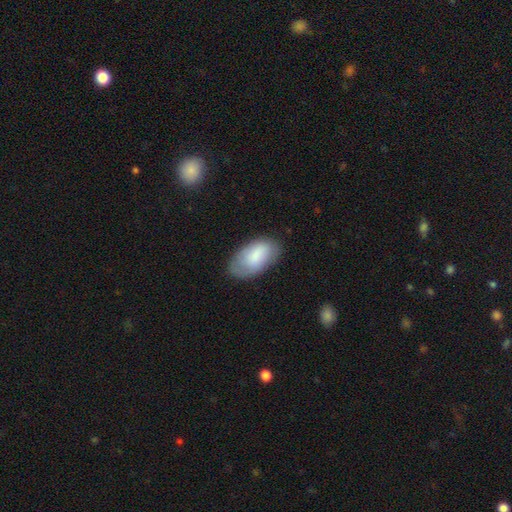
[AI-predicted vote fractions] This is likely a smooth galaxy (77%). How rounded: clearly in between (95%). Merging: likely none (71%).